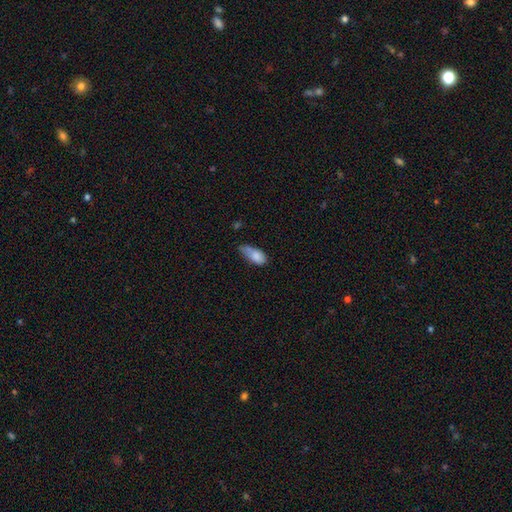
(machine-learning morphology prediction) type=smooth (79%); roundness=in between (86%); merging=minor disturbance (44%).